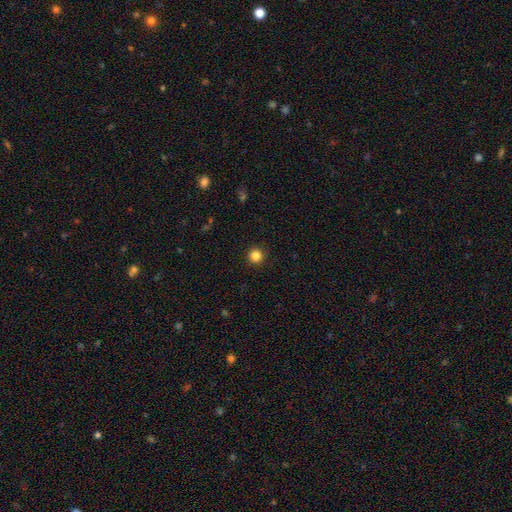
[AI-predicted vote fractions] Smooth or featured? Predicted: smooth (p=0.85). How rounded? Predicted: round (p=0.96). Merging? Predicted: none (p=0.93).